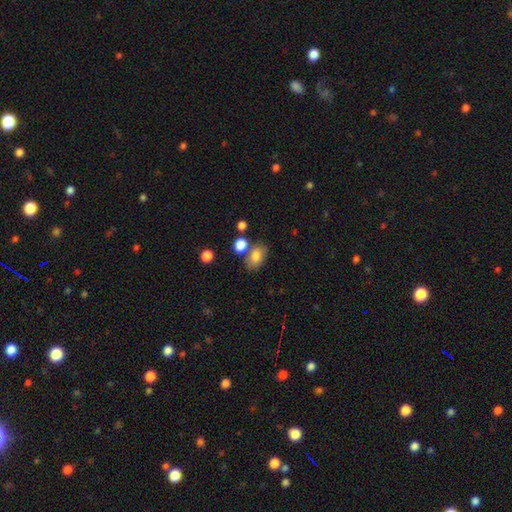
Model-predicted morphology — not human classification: Smooth or featured?
  - smooth: 80% *
  - featured or disk: 11%
  - star or artifact: 10%
How rounded?
  - in between: 82% *
  - round: 17%
  - cigar-shaped: 1%
Merging?
  - none: 60% *
  - merger: 19%
  - minor disturbance: 16%
  - major disturbance: 6%